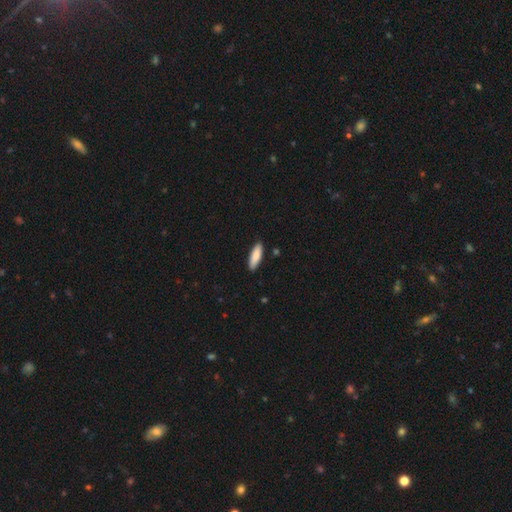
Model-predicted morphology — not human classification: Smooth or featured: smooth — 87% (featured or disk — 8%)
How rounded: cigar-shaped — 56% (in between — 42%)
Merging: none — 88% (minor disturbance — 9%)